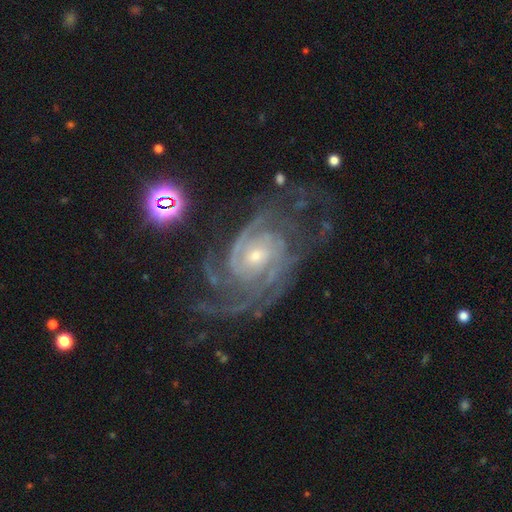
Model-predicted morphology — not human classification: smooth-or-featured: featured or disk: 91% | star or artifact: 6% | smooth: 3%
  disk-edge-on: no: 97% | yes: 3%
    bar: no: 63% | weak: 28% | strong: 9%
    has-spiral-arms: yes: 98% | no: 2%
      spiral-winding: tight: 64% | medium: 30% | loose: 5%
      spiral-arm-count: 3: 23% | can't tell: 21% | 2: 20% | 4: 19% | more than 4: 9% | 1: 7%
    bulge-size: small: 61% | moderate: 35% | large: 2% | none: 2% | dominant: 1%
  merging: none: 63% | minor disturbance: 20% | major disturbance: 15% | merger: 2%